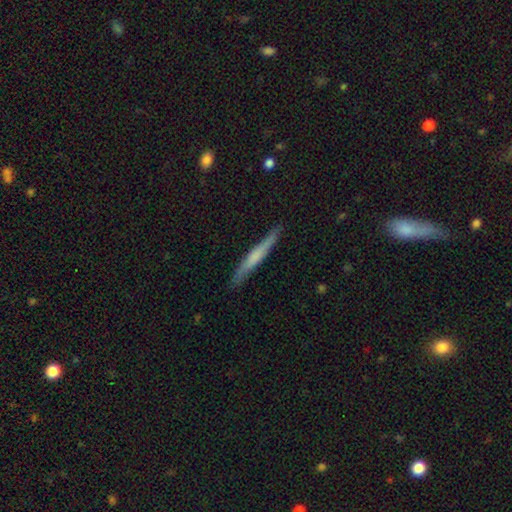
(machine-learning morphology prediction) This is possibly a smooth galaxy (47%, tied with featured or disk). Merging: clearly none (86%).